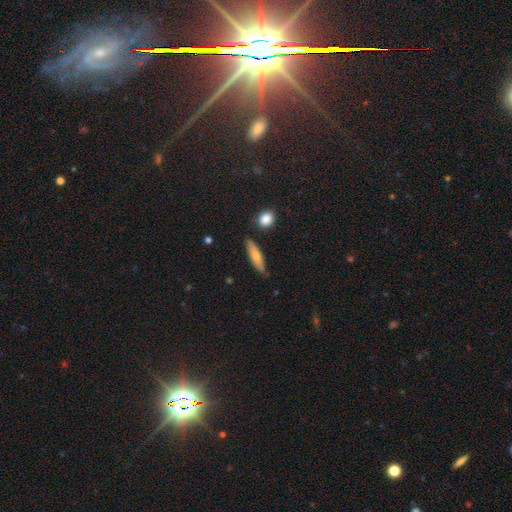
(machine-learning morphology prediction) type=smooth (71%); roundness=cigar-shaped (67%); merging=none (80%).